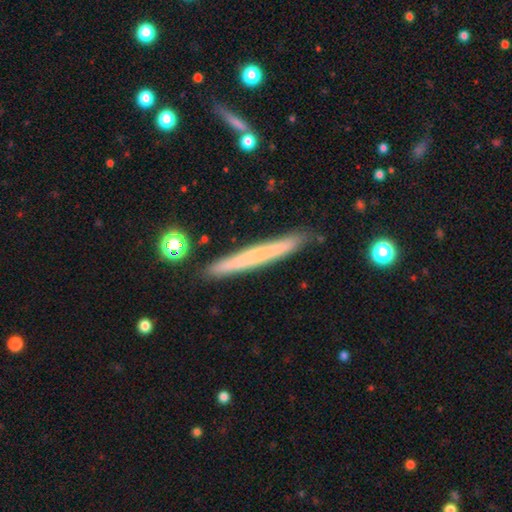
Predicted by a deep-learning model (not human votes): Morphology: type=smooth (56%); roundness=cigar-shaped (97%); merging=none (88%).